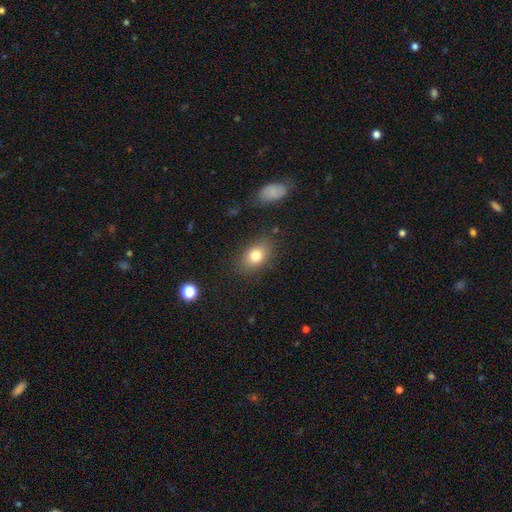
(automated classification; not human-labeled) smooth 79%, featured or disk 11%, star or artifact 10%. Down the decision tree: how rounded — in between (75%); merging — none (81%).